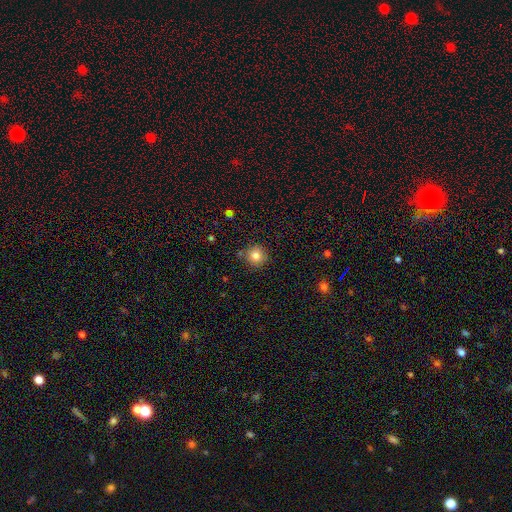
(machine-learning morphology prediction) A smooth galaxy with no disk features (81%) that is round (93%).

Vote fractions:
- Smooth or featured? smooth: 81% / star or artifact: 11% / featured or disk: 7%
- How rounded? round: 93% / in between: 6% / cigar-shaped: 1%
- Merging? none: 84% / minor disturbance: 10% / merger: 4% / major disturbance: 2%